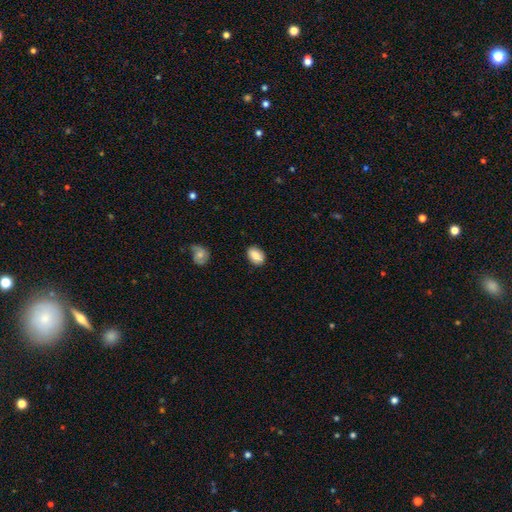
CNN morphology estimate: type=smooth (86%); roundness=in between (84%); merging=none (85%).